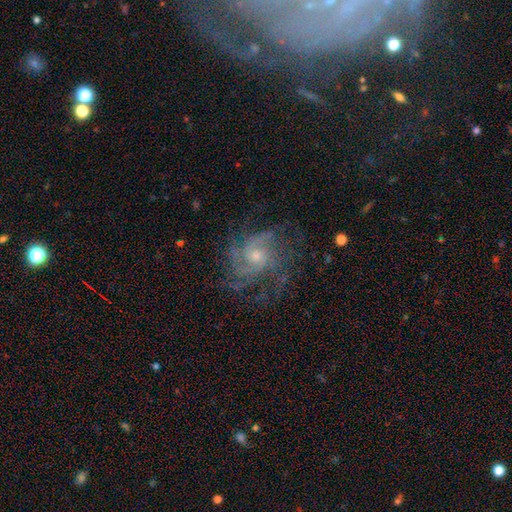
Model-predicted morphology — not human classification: A featured or disk galaxy (83%) with no bar (70%), medium (43%, tied with tight) spiral arms (94%) and a small central bulge (53%). Merging: none (64%).